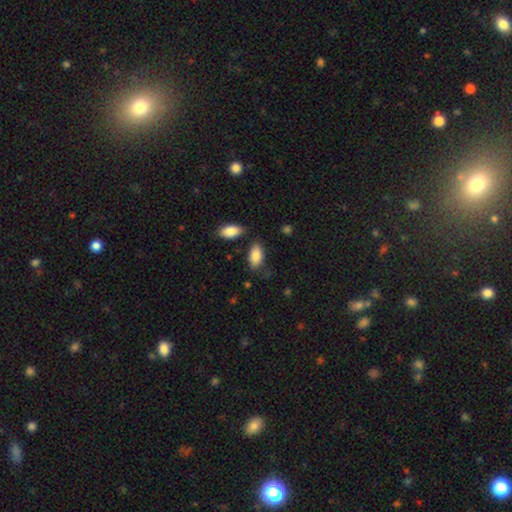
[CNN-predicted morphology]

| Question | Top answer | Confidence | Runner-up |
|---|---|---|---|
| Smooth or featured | smooth | 87% | featured or disk (6%) |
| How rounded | in between | 93% | cigar-shaped (5%) |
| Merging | none | 73% | minor disturbance (17%) |